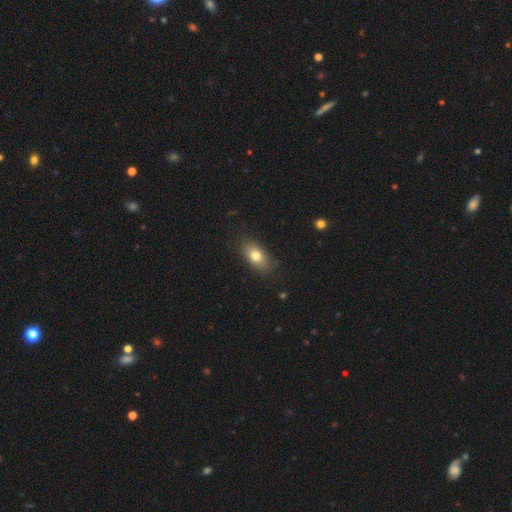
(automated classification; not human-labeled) Q: Smooth or featured?
A: smooth (76%); runner-up: featured or disk (15%)
Q: How rounded?
A: in between (85%); runner-up: round (10%)
Q: Merging?
A: none (81%); runner-up: minor disturbance (15%)